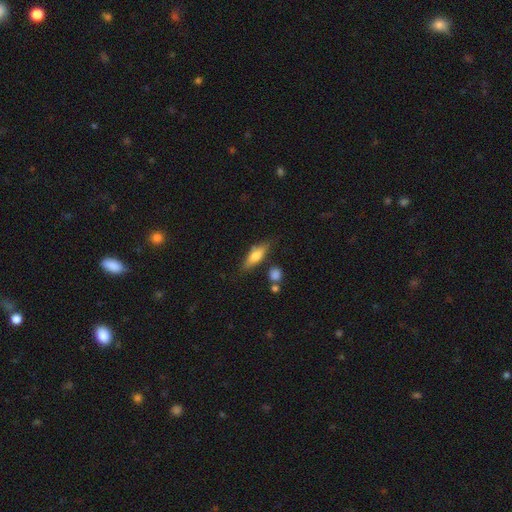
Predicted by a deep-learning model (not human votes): Smooth or featured? smooth (58%)
How rounded? cigar-shaped (49%)
Merging? none (74%)